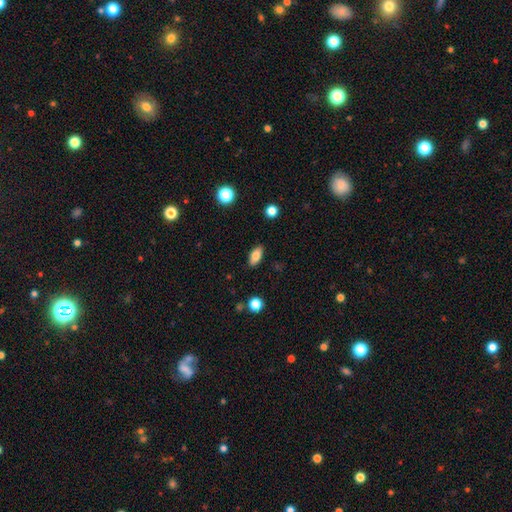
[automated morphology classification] This appears to be a smooth galaxy with no disk features (81%) that is in between round and cigar-shaped (87%). Merging: none (87%).